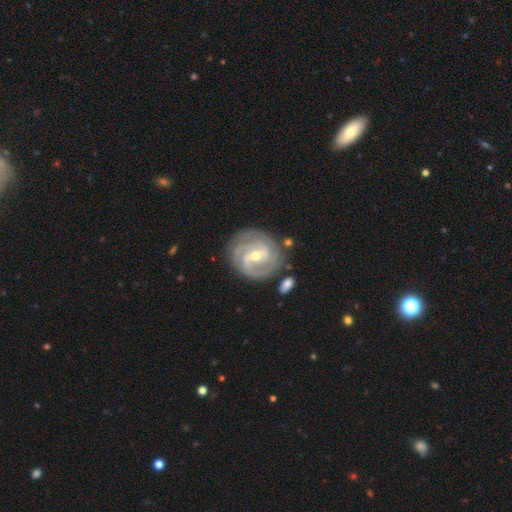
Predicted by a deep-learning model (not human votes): This is clearly a featured or disk galaxy (90%). It is clearly not viewed edge-on (98%). Bar: possibly weak (51%). Spiral arm pattern: clearly yes (98%). Spiral arm count: marginally 2 (35%). Spiral winding: likely tight (63%). Central bulge: possibly moderate (49%). Merging: likely none (77%).